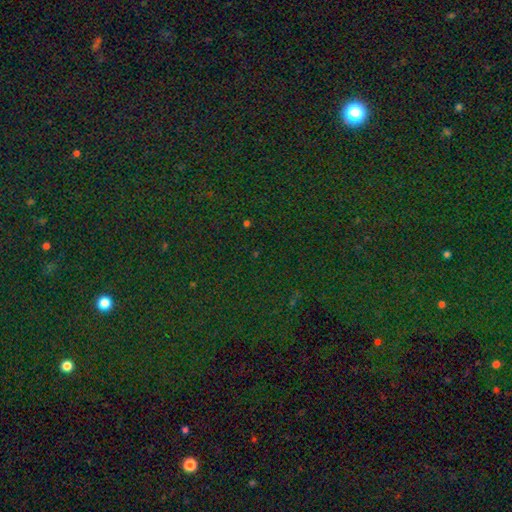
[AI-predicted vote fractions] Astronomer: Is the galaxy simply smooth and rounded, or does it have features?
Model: star or artifact — 81%.